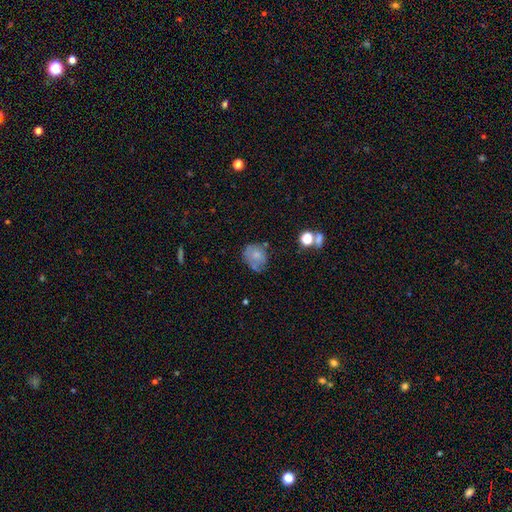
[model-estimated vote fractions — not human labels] A smooth galaxy with no disk features (68%) that is round (59%). Merging: none (52%).